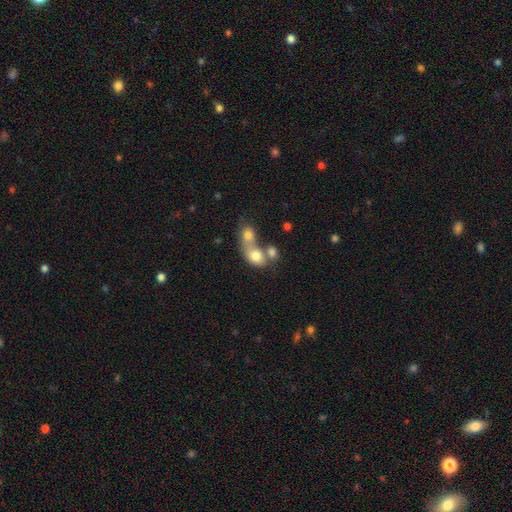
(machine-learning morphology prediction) A smooth galaxy with no disk features (75%) that is in between round and cigar-shaped (59%).

Vote fractions:
- Smooth or featured? smooth: 75% / featured or disk: 16% / star or artifact: 10%
- How rounded? in between: 59% / round: 39% / cigar-shaped: 2%
- Merging? merger: 71% / none: 17% / minor disturbance: 6% / major disturbance: 6%